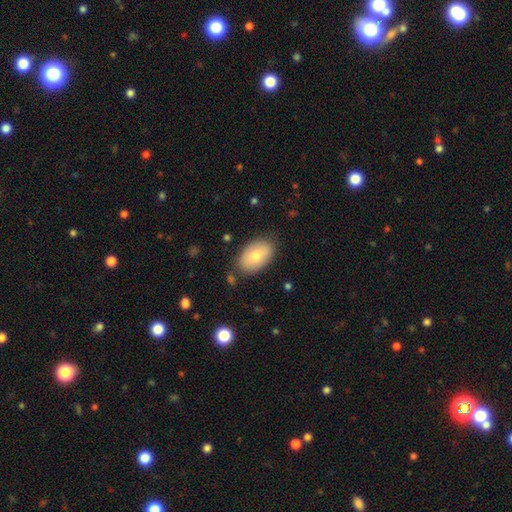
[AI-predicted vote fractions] Morphology: type=smooth (76%); roundness=in between (91%); merging=none (79%).